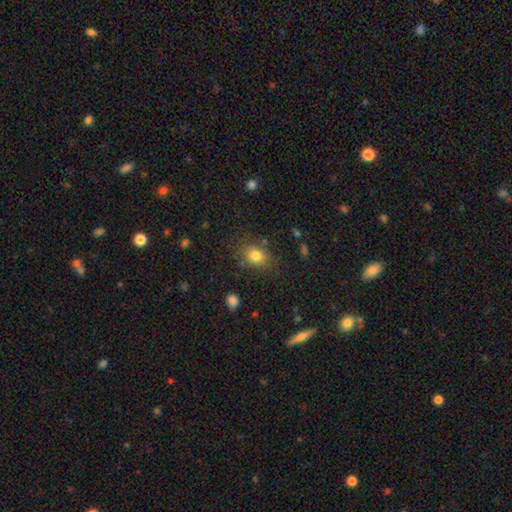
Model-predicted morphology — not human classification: smooth_or_featured: smooth (p=0.79) [alt: star or artifact p=0.12]
how_rounded: in between (p=0.63) [alt: round p=0.36]
merging: none (p=0.78) [alt: minor disturbance p=0.14]